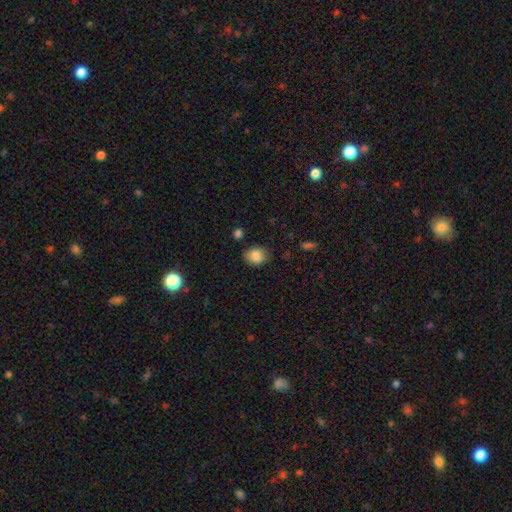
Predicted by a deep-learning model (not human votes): This is clearly a smooth galaxy (85%). How rounded: possibly round (52%). Merging: clearly none (83%).